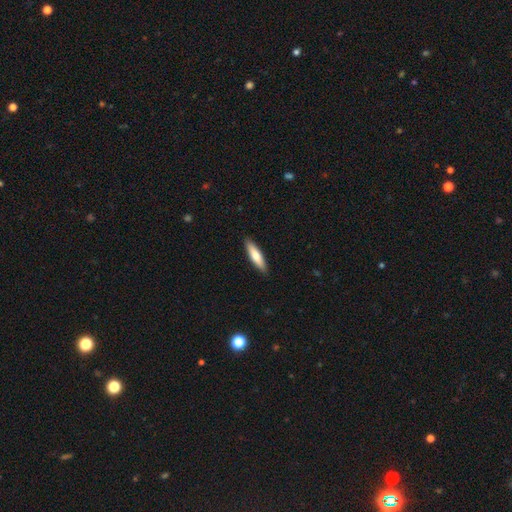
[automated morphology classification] Smooth or featured? smooth (71%)
How rounded? cigar-shaped (71%)
Merging? none (90%)